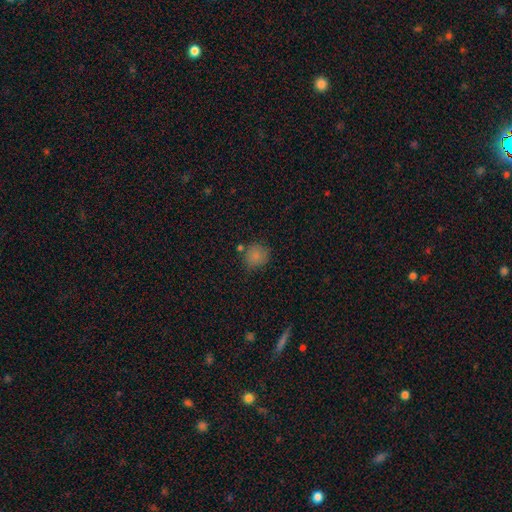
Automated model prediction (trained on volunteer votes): Smooth or featured? Predicted: smooth (p=0.83). How rounded? Predicted: round (p=0.87). Merging? Predicted: none (p=0.71).